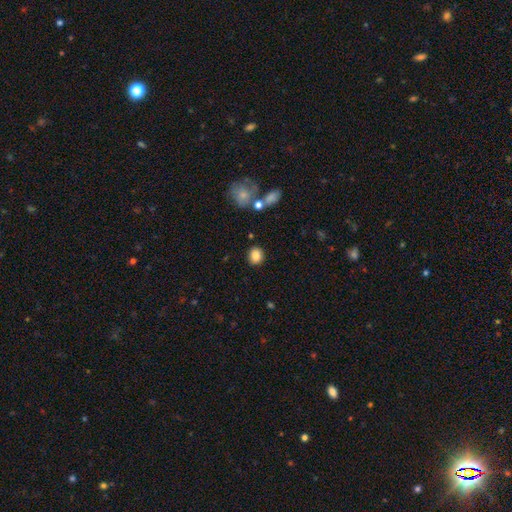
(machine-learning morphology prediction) Smooth or featured: smooth — 85% (star or artifact — 10%)
How rounded: round — 65% (in between — 34%)
Merging: none — 84% (minor disturbance — 9%)